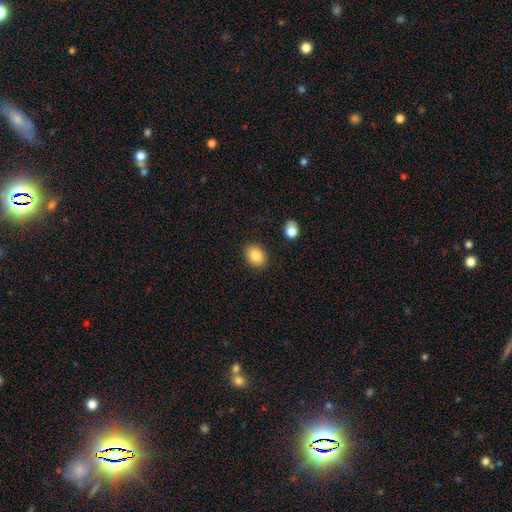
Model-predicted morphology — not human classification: Smooth or featured? Predicted: smooth (p=0.86). How rounded? Predicted: in between (p=0.61). Merging? Predicted: none (p=0.88).